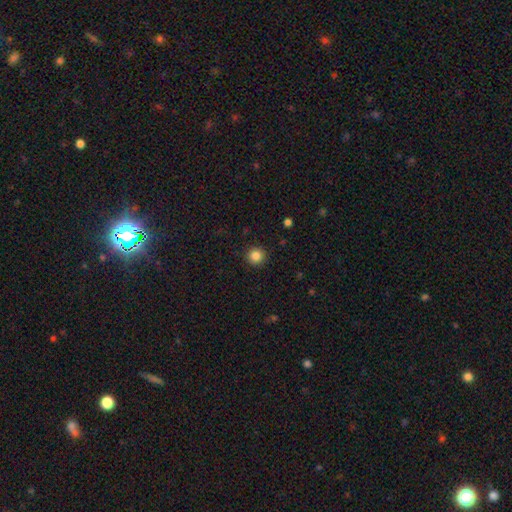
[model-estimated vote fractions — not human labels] A smooth galaxy with no disk features (85%) that is round (95%).

Vote fractions:
- Smooth or featured? smooth: 85% / star or artifact: 11% / featured or disk: 4%
- How rounded? round: 95% / in between: 4% / cigar-shaped: 1%
- Merging? none: 92% / minor disturbance: 5% / major disturbance: 2% / merger: 1%